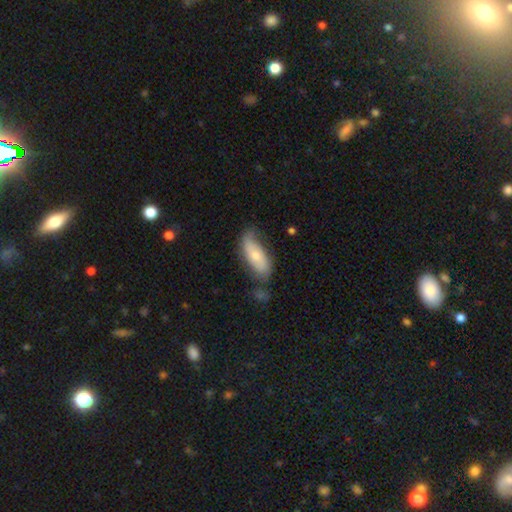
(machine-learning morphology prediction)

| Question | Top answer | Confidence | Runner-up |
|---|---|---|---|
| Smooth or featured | smooth | 56% | featured or disk (38%) |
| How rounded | in between | 81% | cigar-shaped (16%) |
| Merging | none | 54% | minor disturbance (30%) |